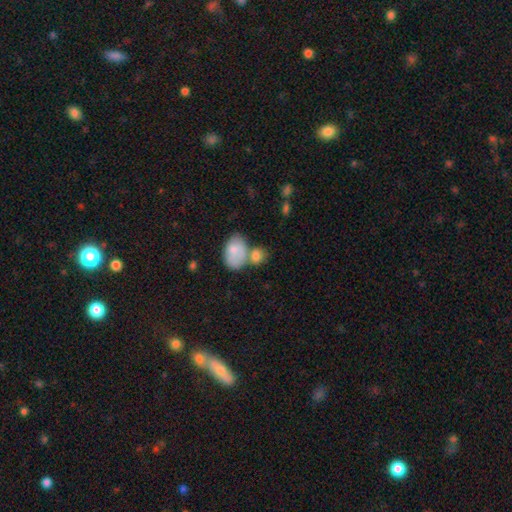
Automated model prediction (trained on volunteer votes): Overall: smooth (79%). How rounded: in between (62%; round 36%). Merging: merger (45%; none 36%).